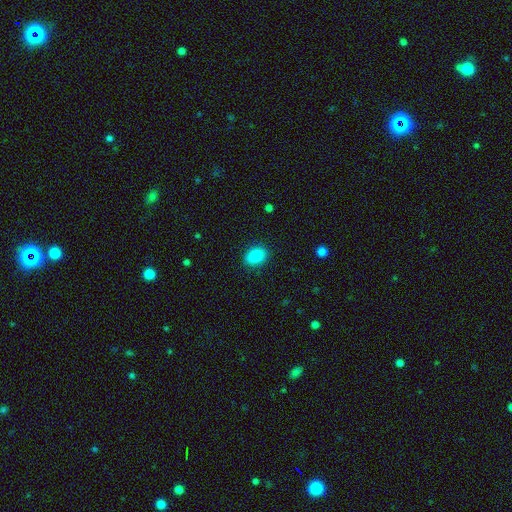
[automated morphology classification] This is clearly a smooth galaxy (86%). How rounded: likely in between (72%). Merging: clearly none (88%).